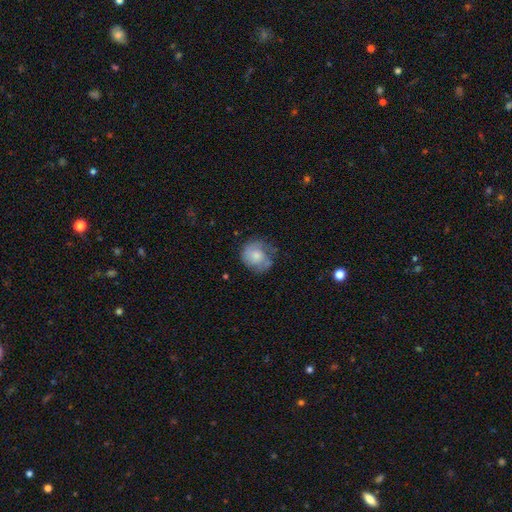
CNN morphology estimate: The model was most divided on "smooth or featured": smooth: 57%, featured or disk: 35%, star or artifact: 7%. More confident: how rounded — round (79%); merging — none (57%).